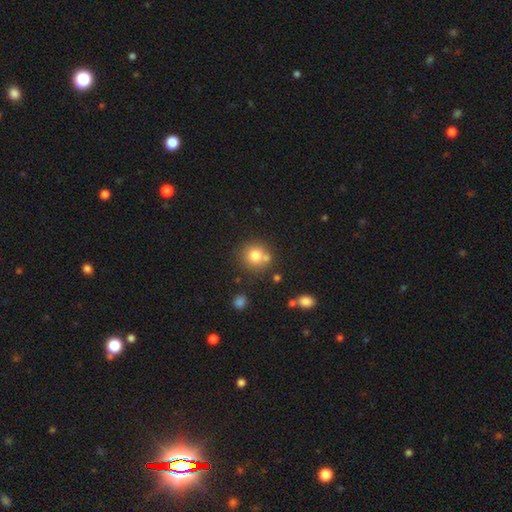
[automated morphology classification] This appears to be a smooth galaxy with no disk features (77%) that is round (88%). Merging: none (63%).